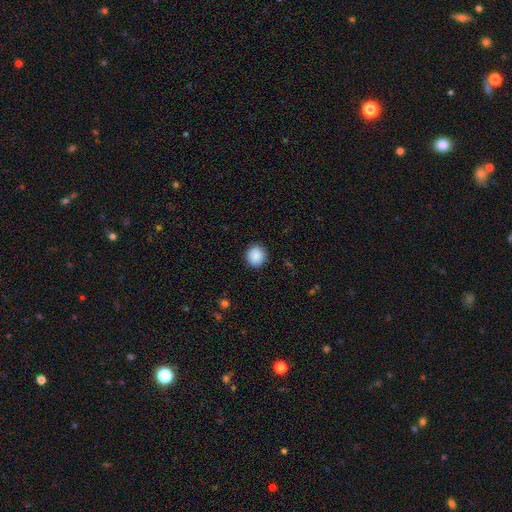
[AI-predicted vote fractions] This appears to be a smooth galaxy with no disk features (89%) that is round (89%). Merging: none (90%).